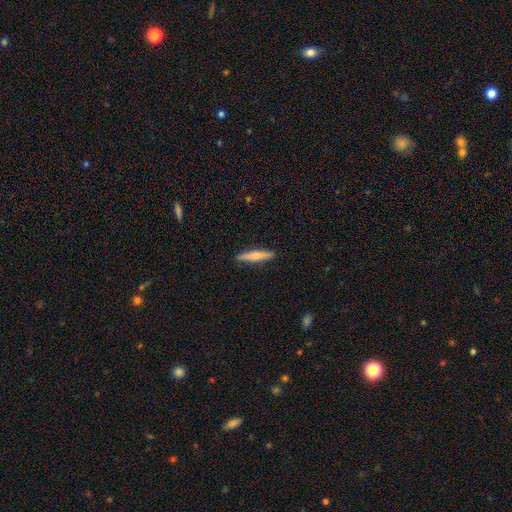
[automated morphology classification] Smooth or featured? Predicted: smooth (p=0.61). How rounded? Predicted: cigar-shaped (p=0.90). Merging? Predicted: none (p=0.91).